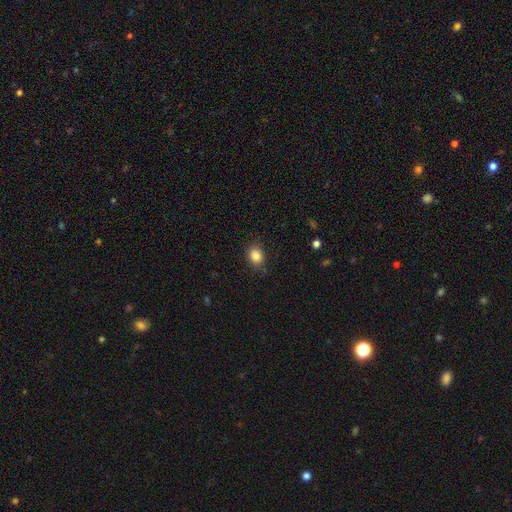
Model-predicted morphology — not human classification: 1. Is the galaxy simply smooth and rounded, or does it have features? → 85% smooth, 10% star or artifact, 5% featured or disk.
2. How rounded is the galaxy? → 50% in between, 49% round, 1% cigar-shaped.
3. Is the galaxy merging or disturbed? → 84% none, 12% minor disturbance, 3% major disturbance, 1% merger.